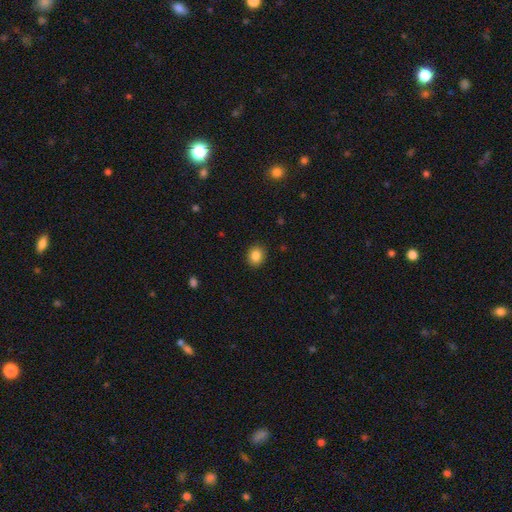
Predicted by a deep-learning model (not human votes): Smooth or featured? Predicted: smooth (p=0.85). How rounded? Predicted: round (p=0.70). Merging? Predicted: none (p=0.90).